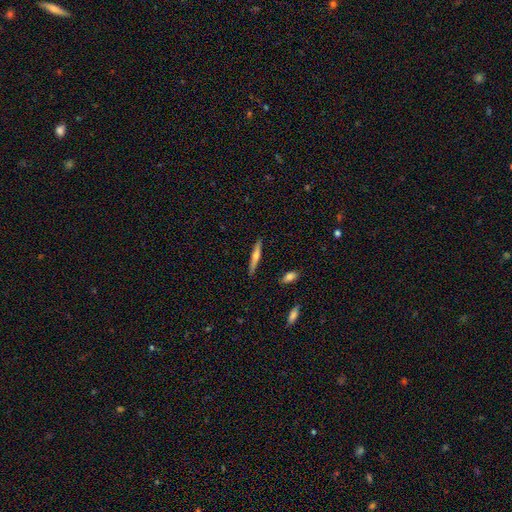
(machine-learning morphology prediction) A featured or disk galaxy (51%) viewed edge-on (96%).

Vote fractions:
- Smooth or featured? featured or disk: 51% / smooth: 43% / star or artifact: 7%
- Edge-on disk? yes: 96% / no: 4%
- Merging? none: 89% / minor disturbance: 8% / major disturbance: 2% / merger: 1%